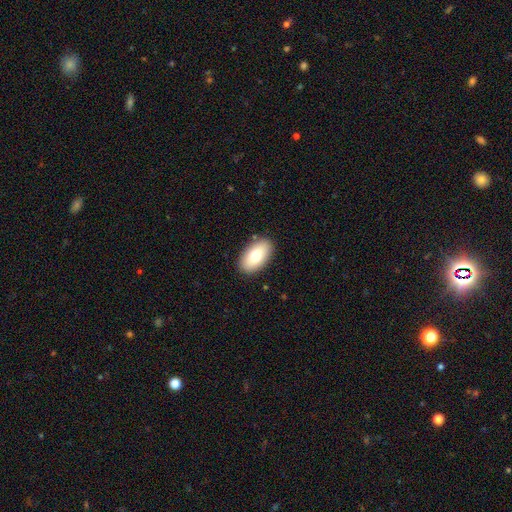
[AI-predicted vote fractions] smooth 76%, featured or disk 18%, star or artifact 7%. Down the decision tree: how rounded — in between (94%); merging — none (88%).